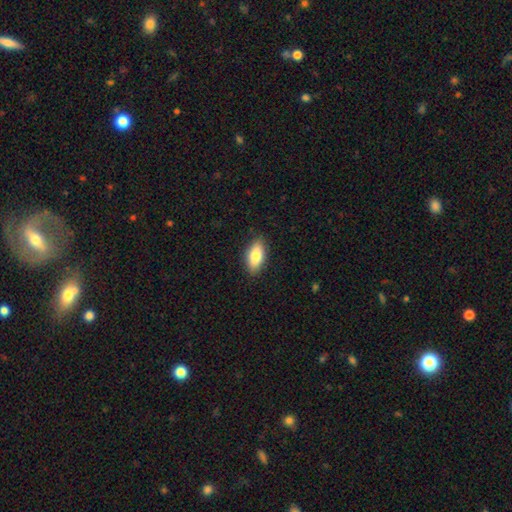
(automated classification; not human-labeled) Smooth or featured? Predicted: smooth (p=0.81). How rounded? Predicted: in between (p=0.89). Merging? Predicted: none (p=0.88).